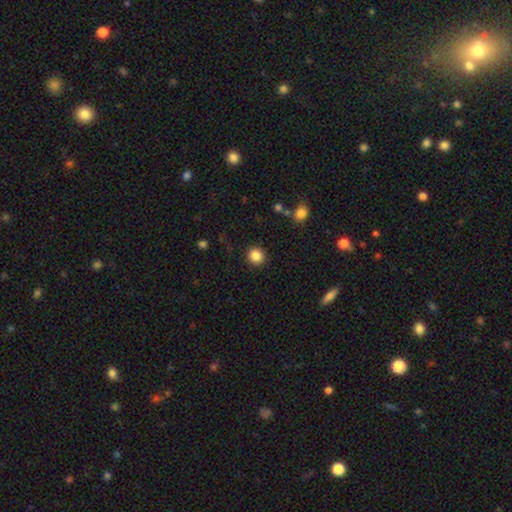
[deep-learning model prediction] Smooth or featured? smooth (86%)
How rounded? round (93%)
Merging? none (91%)